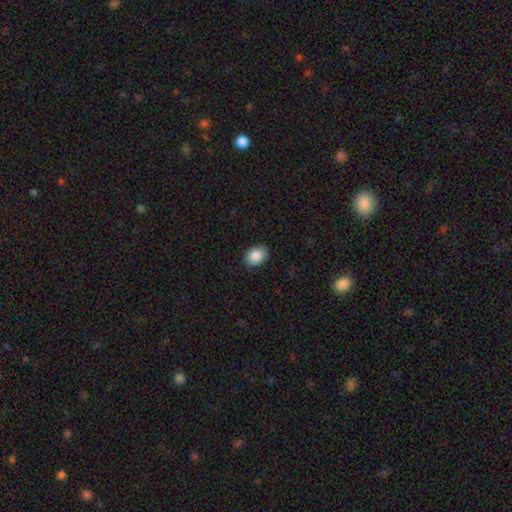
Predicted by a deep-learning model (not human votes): Q: Smooth or featured?
A: smooth (88%); runner-up: star or artifact (8%)
Q: How rounded?
A: in between (72%); runner-up: round (28%)
Q: Merging?
A: none (89%); runner-up: minor disturbance (8%)